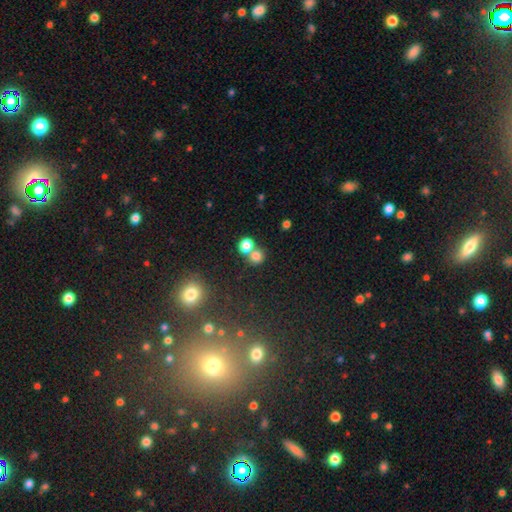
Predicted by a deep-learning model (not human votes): A smooth galaxy with no disk features (77%) that is round (86%). Merging: none (55%).